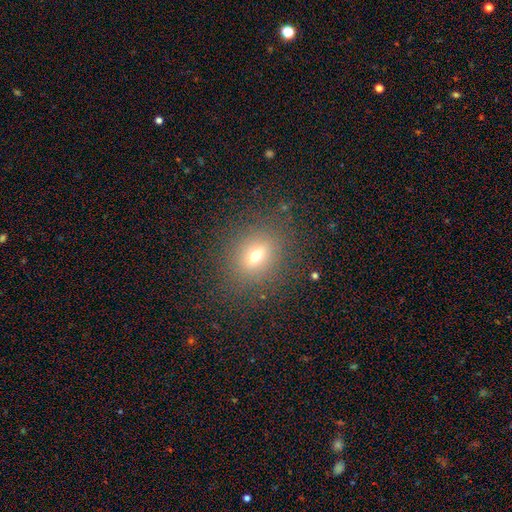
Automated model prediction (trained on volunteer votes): Smooth or featured? Predicted: smooth (p=0.64). How rounded? Predicted: round (p=0.62). Merging? Predicted: none (p=0.84).